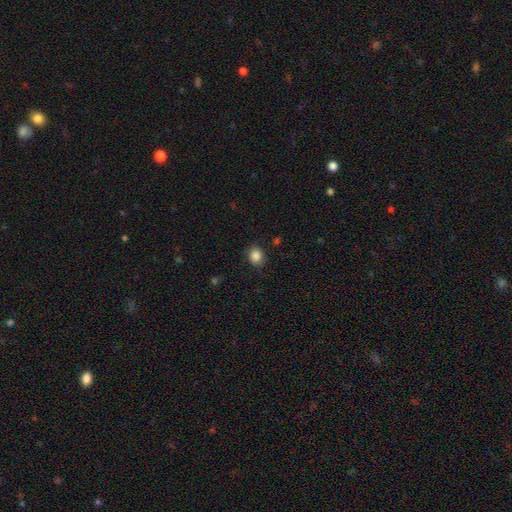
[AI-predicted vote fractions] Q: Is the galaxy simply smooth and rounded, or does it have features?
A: smooth — 87%.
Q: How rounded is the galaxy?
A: round — 63%.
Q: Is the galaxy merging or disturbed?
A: none — 82%.